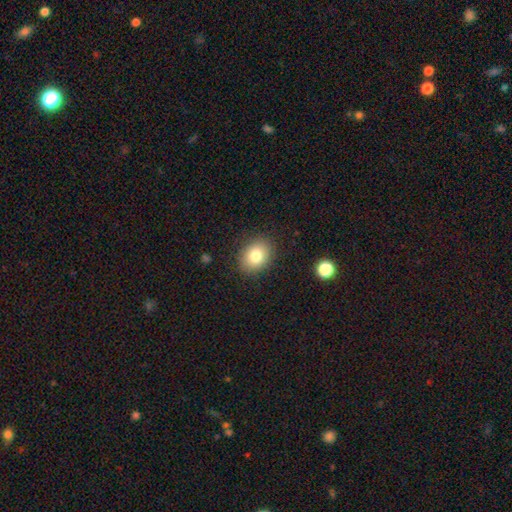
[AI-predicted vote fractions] smooth 81%, featured or disk 10%, star or artifact 10%. Down the decision tree: how rounded — in between (60%); merging — none (87%).